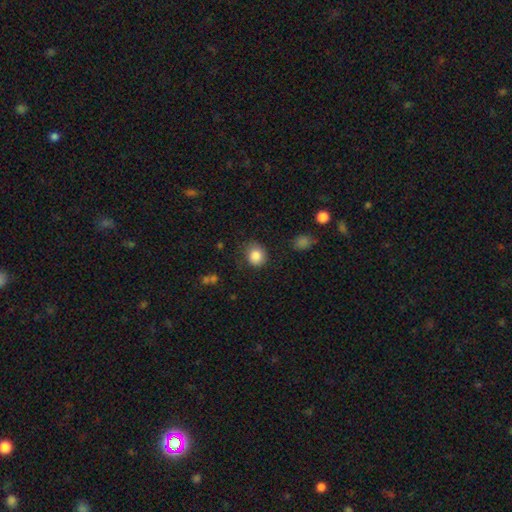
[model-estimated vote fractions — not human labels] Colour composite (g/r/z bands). It shows a smooth galaxy with no disk features (86%) that is round (80%). Merging: none (72%).